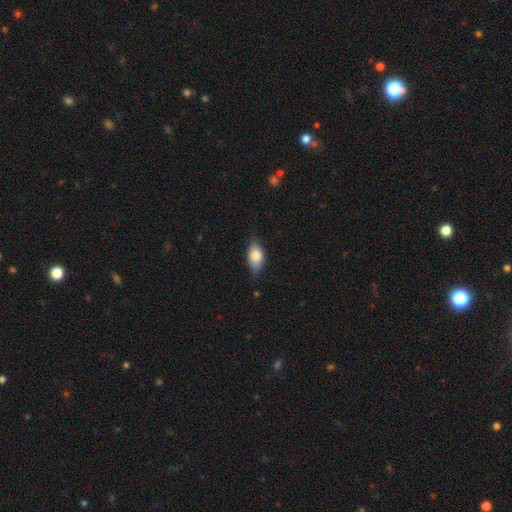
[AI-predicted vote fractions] Smooth or featured: smooth — 72% (featured or disk — 21%)
How rounded: in between — 86% (round — 7%)
Merging: none — 73% (minor disturbance — 22%)